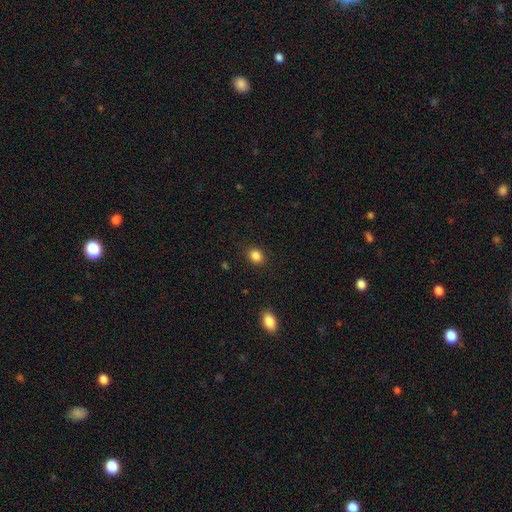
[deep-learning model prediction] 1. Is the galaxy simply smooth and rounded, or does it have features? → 85% smooth, 11% star or artifact, 4% featured or disk.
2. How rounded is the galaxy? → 56% round, 43% in between, 1% cigar-shaped.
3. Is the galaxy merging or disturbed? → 88% none, 8% minor disturbance, 3% major disturbance, 1% merger.